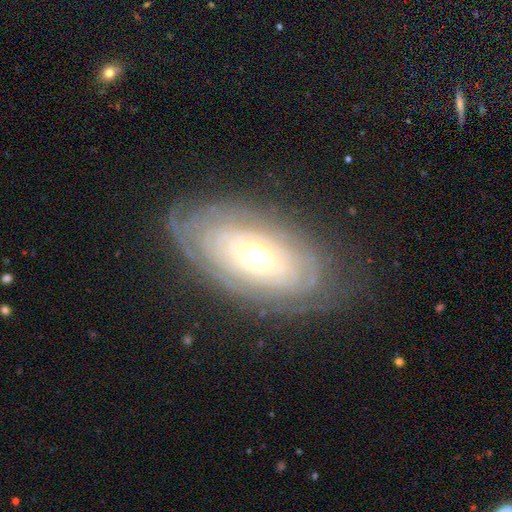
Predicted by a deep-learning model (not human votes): Smooth or featured? featured or disk (76%)
Edge-on disk? no (90%)
Bar? no (83%)
Spiral arms? yes (77%)
Spiral winding? tight (83%)
Spiral arm count? can't tell (61%)
Bulge size? moderate (63%)
Merging? none (77%)